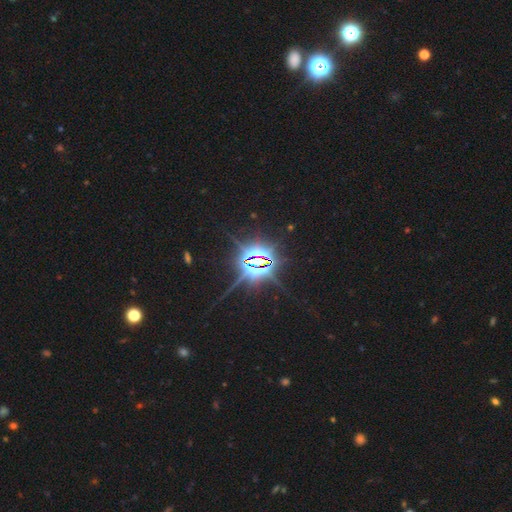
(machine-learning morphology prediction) Smooth or featured?
  - star or artifact: 84% *
  - smooth: 11%
  - featured or disk: 5%